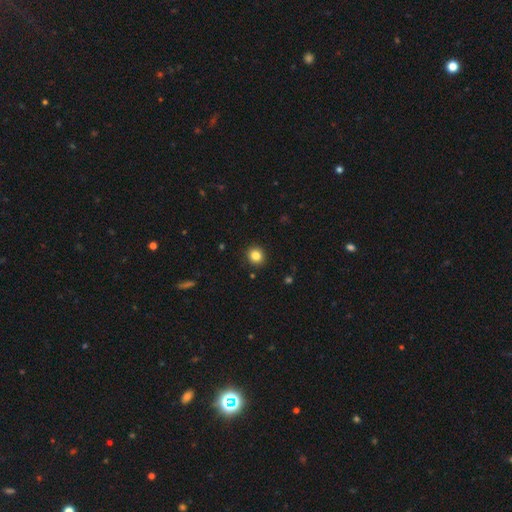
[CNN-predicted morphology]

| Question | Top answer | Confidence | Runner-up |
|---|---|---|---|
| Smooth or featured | smooth | 84% | star or artifact (11%) |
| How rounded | round | 87% | in between (12%) |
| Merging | none | 92% | minor disturbance (6%) |